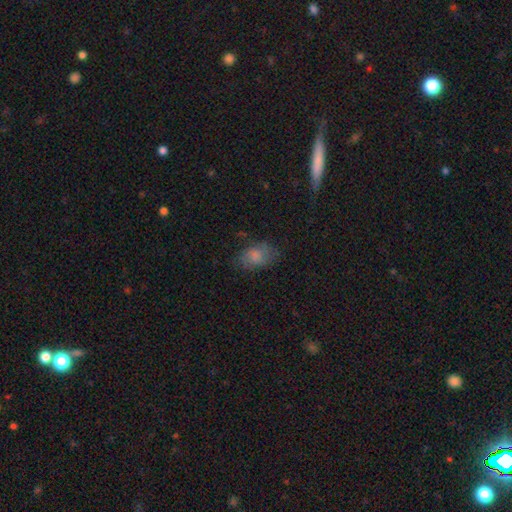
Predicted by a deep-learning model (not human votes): The model was most divided on "merging": none: 65%, minor disturbance: 23%, major disturbance: 10%, merger: 2%. More confident: how rounded — in between (84%); smooth or featured — smooth (74%).